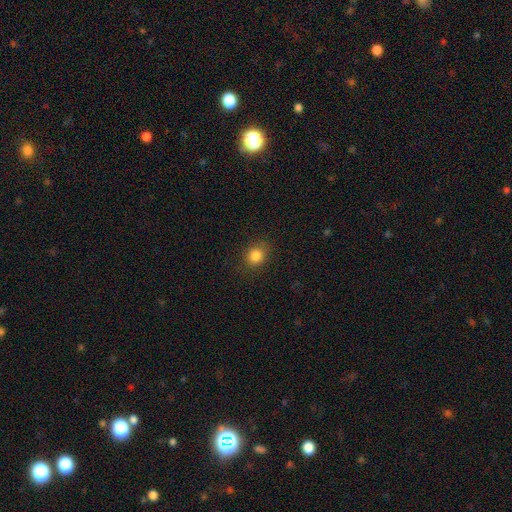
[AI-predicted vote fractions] Smooth or featured? Predicted: smooth (p=0.84). How rounded? Predicted: round (p=0.73). Merging? Predicted: none (p=0.86).